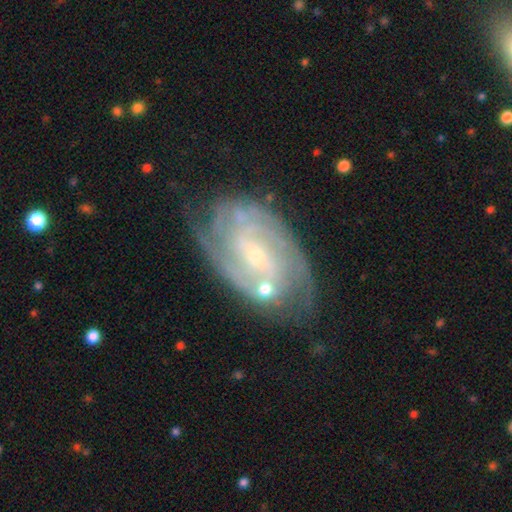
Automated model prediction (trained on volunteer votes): Overall: featured or disk (86%). Edge-on disk: no (96%). Bar: no (45%; weak 39%). Spiral arms: yes (95%). Spiral arm count: 2 (34%; can't tell 29%). Spiral winding: tight (64%; medium 29%). Bulge size: small (80%). Merging: none (66%).